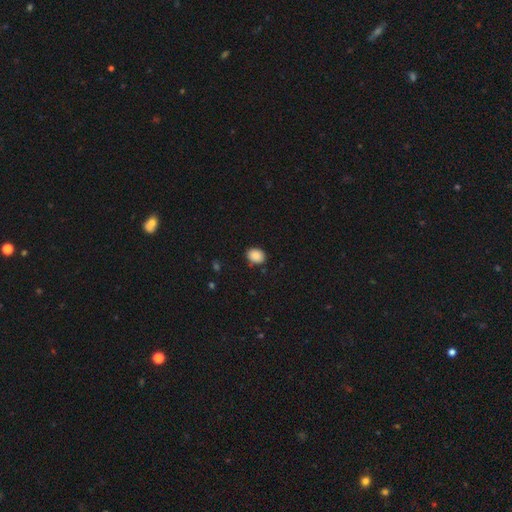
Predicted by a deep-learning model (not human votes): This is clearly a smooth galaxy (88%). How rounded: likely in between (60%). Merging: clearly none (86%).